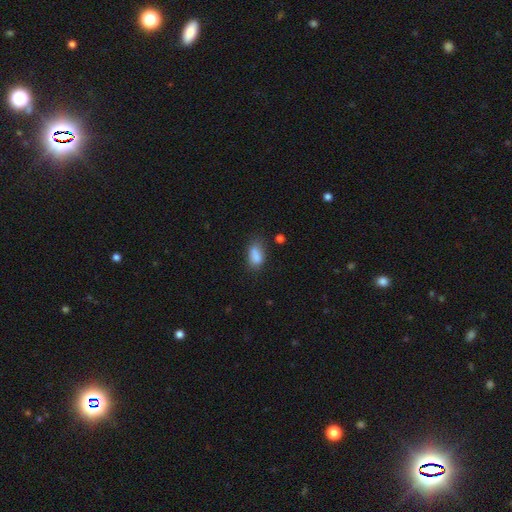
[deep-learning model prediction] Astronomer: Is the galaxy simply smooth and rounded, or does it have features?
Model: smooth — 80%.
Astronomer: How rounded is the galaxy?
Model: in between — 85%.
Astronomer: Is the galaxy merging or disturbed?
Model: none — 47% (runner-up: minor disturbance, 27%).